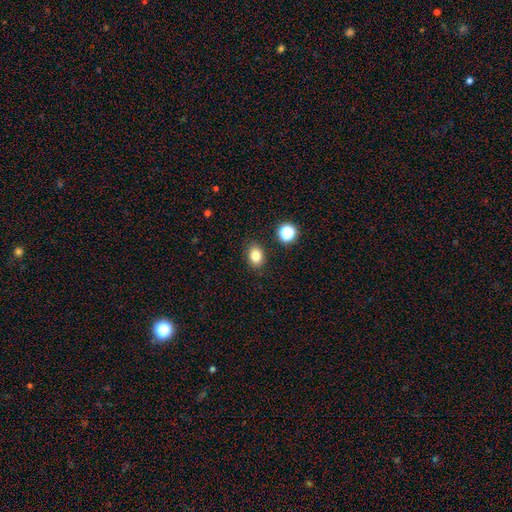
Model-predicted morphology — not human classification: smooth 81%, star or artifact 12%, featured or disk 7%. Down the decision tree: how rounded — in between (62%); merging — none (87%).